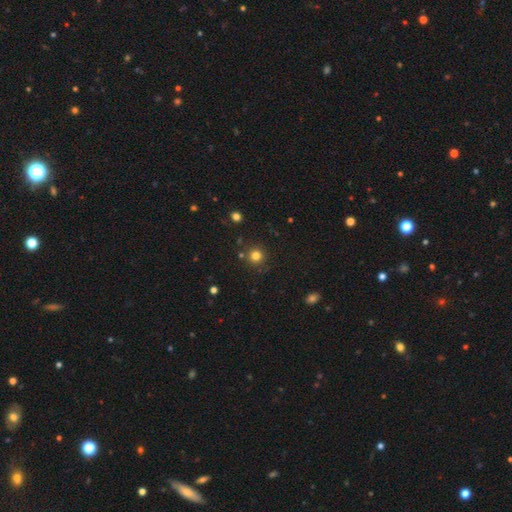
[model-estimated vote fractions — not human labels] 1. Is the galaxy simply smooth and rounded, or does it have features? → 79% smooth, 15% star or artifact, 6% featured or disk.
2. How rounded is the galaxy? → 94% round, 5% in between, 1% cigar-shaped.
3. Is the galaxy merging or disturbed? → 85% none, 8% minor disturbance, 5% merger, 3% major disturbance.